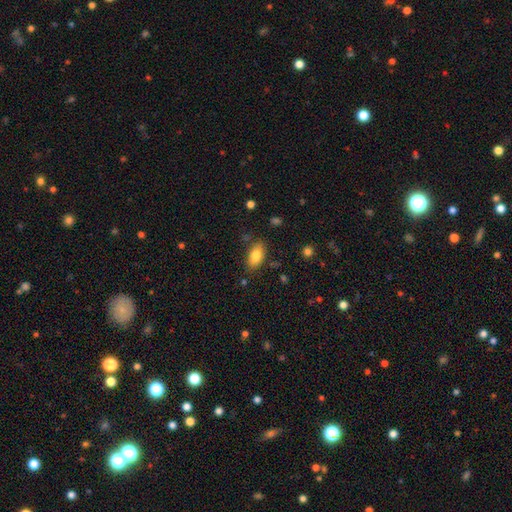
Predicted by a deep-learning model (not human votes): This appears to be a smooth galaxy with no disk features (81%) that is in between round and cigar-shaped (91%). Merging: none (81%).